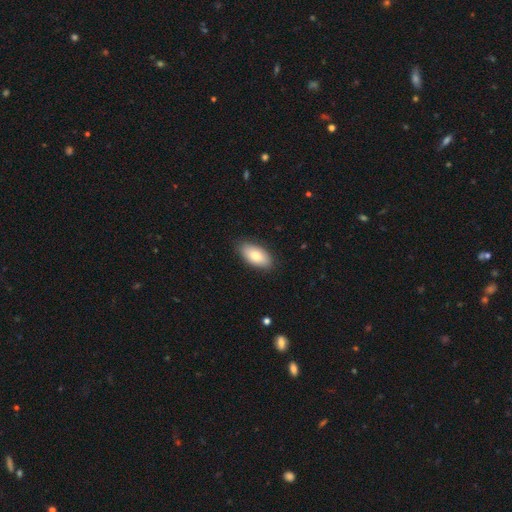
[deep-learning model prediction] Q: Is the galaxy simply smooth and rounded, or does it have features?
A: smooth — 83%.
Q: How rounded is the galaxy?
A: in between — 93%.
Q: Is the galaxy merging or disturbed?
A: none — 87%.